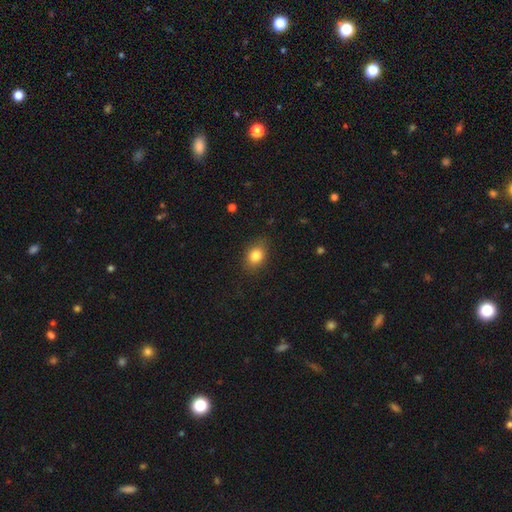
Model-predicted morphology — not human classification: A smooth galaxy with no disk features (83%) that is in between round and cigar-shaped (66%). Merging: none (82%).